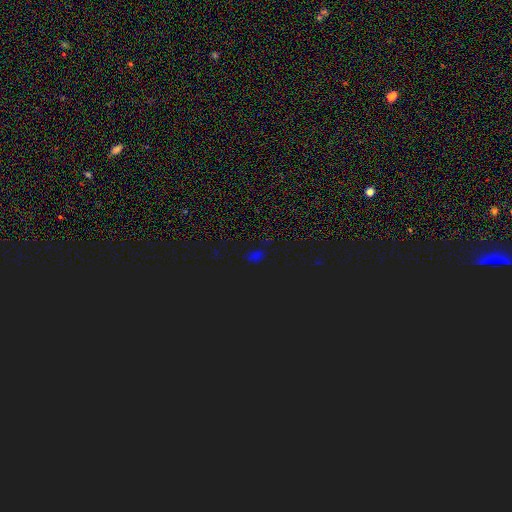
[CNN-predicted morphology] star or artifact 60%, smooth 34%, featured or disk 6%.